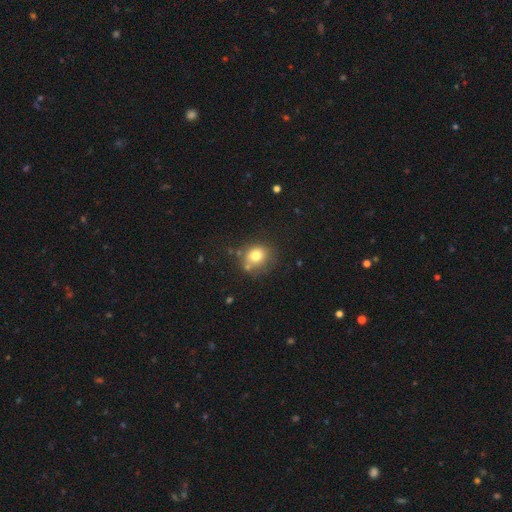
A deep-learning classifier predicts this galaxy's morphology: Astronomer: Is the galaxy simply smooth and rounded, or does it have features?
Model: smooth — 78%.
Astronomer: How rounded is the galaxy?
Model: round — 76%.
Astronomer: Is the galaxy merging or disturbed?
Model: none — 70%.